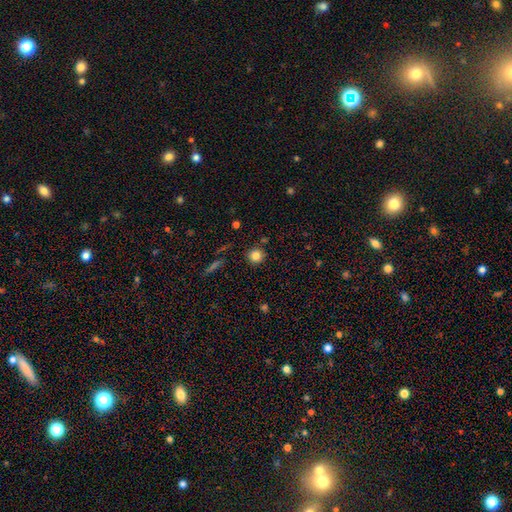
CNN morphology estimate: smooth 81%, star or artifact 12%, featured or disk 7%. Down the decision tree: how rounded — round (93%); merging — none (88%).